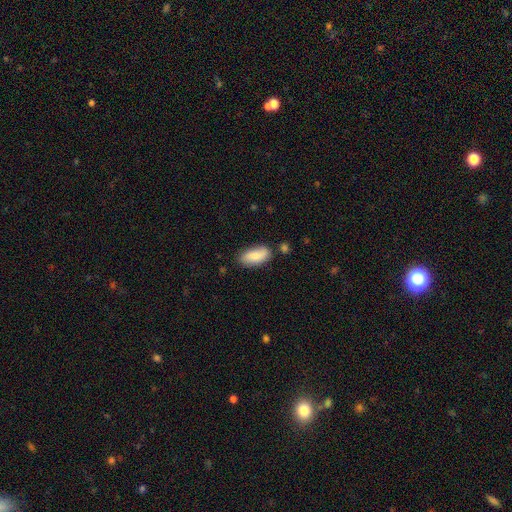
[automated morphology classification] A smooth galaxy with no disk features (81%) that is in between round and cigar-shaped (88%).

Vote fractions:
- Smooth or featured? smooth: 81% / featured or disk: 13% / star or artifact: 6%
- How rounded? in between: 88% / cigar-shaped: 9% / round: 2%
- Merging? none: 74% / minor disturbance: 18% / merger: 4% / major disturbance: 4%